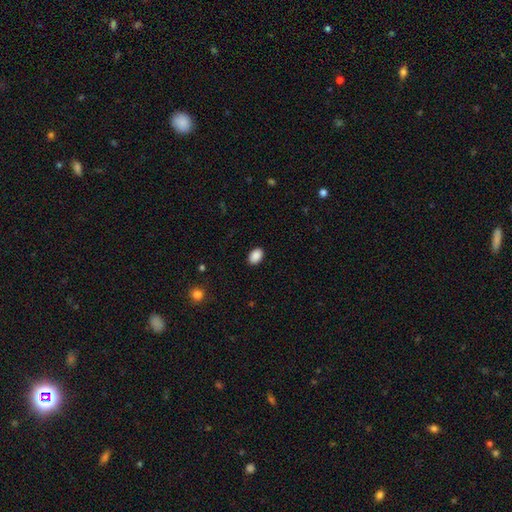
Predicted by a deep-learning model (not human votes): A smooth galaxy with no disk features (90%) that is in between round and cigar-shaped (85%).

Vote fractions:
- Smooth or featured? smooth: 90% / star or artifact: 8% / featured or disk: 3%
- How rounded? in between: 85% / round: 14% / cigar-shaped: 1%
- Merging? none: 90% / minor disturbance: 7% / major disturbance: 2% / merger: 1%